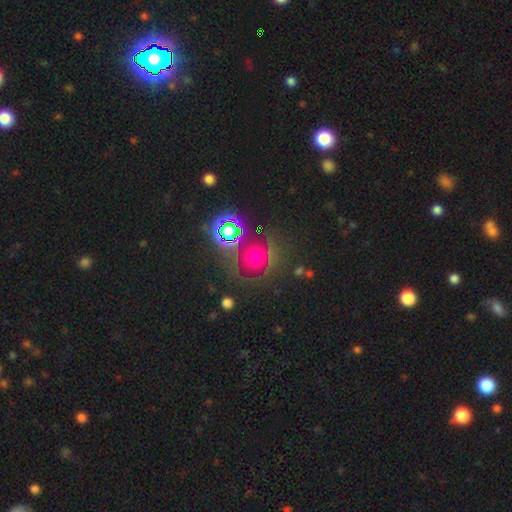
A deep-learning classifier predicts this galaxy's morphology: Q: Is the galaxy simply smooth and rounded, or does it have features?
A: star or artifact — 39%.